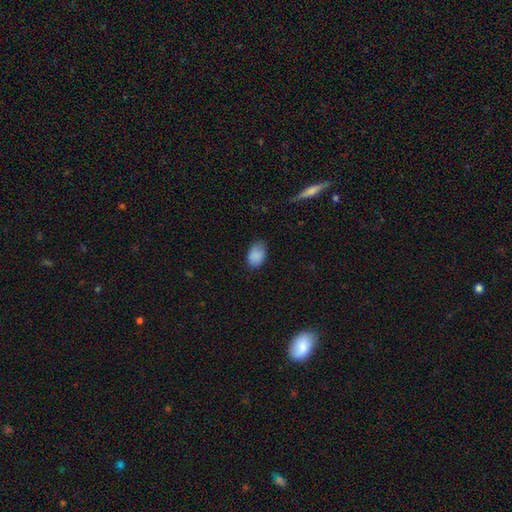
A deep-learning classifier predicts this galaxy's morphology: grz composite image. It shows a smooth galaxy with no disk features (88%) that is in between round and cigar-shaped (83%). Merging: none (72%).